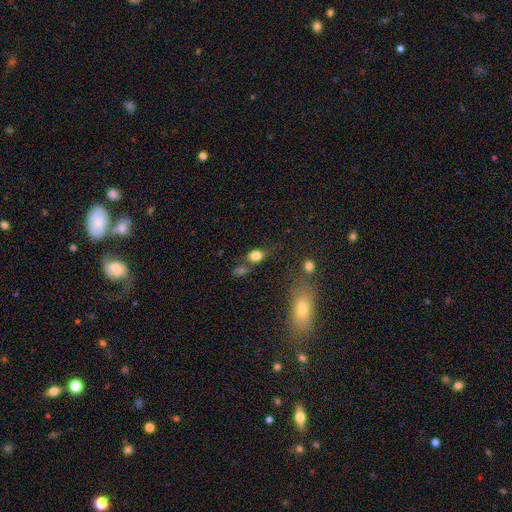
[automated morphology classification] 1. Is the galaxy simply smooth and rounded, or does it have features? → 80% smooth, 11% star or artifact, 9% featured or disk.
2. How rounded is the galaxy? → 57% in between, 39% round, 4% cigar-shaped.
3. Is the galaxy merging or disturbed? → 53% none, 19% minor disturbance, 17% merger, 10% major disturbance.